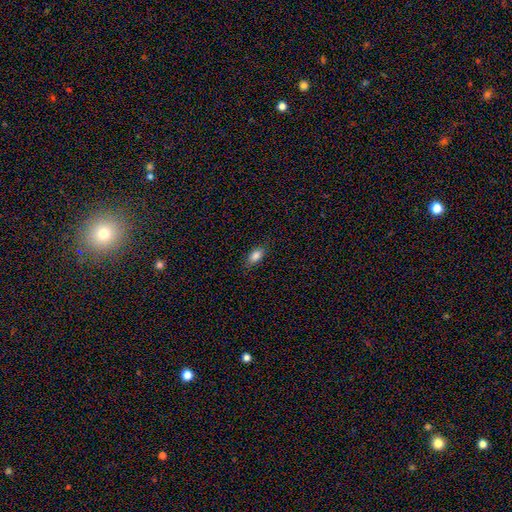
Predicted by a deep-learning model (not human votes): smooth-or-featured: smooth: 85% | star or artifact: 8% | featured or disk: 6%
  how-rounded: in between: 89% | cigar-shaped: 6% | round: 5%
  merging: none: 83% | minor disturbance: 13% | major disturbance: 3% | merger: 1%